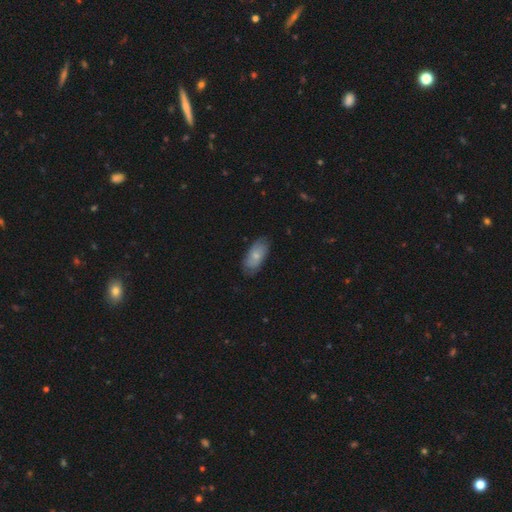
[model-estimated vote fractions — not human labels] Morphology: type=smooth (67%); roundness=in between (89%); merging=none (76%).